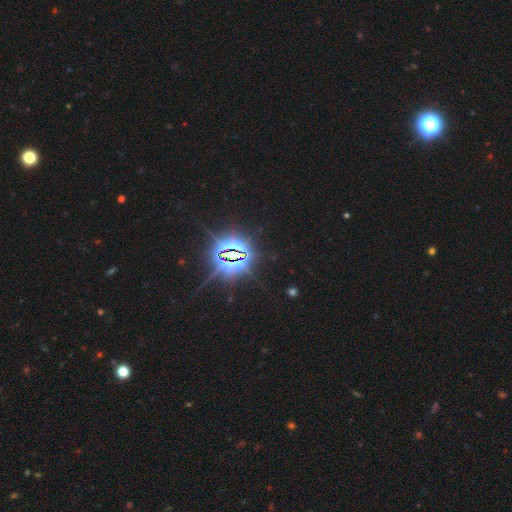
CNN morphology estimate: Overall: star or artifact (86%).